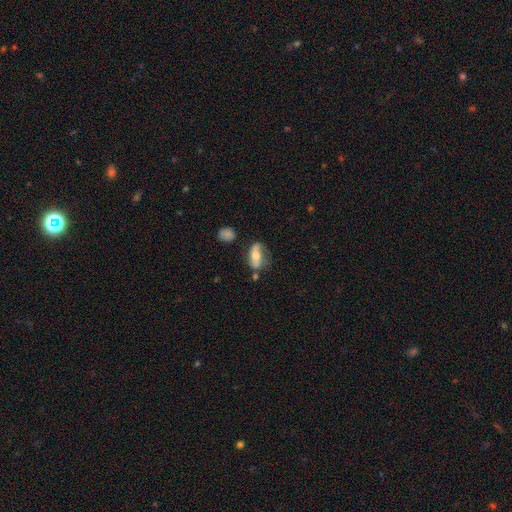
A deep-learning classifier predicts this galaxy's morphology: smooth-or-featured: smooth: 48% | featured or disk: 44% | star or artifact: 8%
  merging: none: 55% | minor disturbance: 26% | major disturbance: 11% | merger: 8%